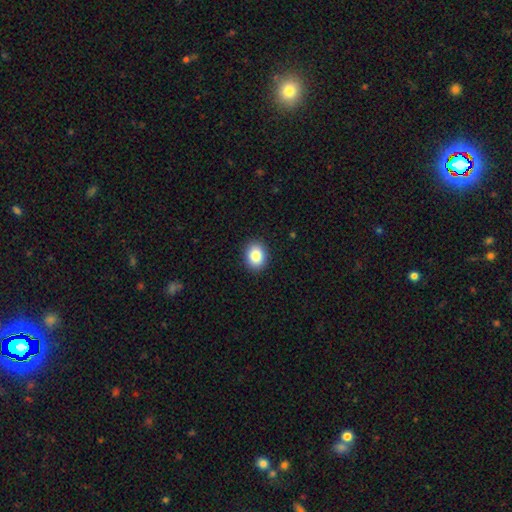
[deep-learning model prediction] smooth-or-featured: smooth: 85% | star or artifact: 9% | featured or disk: 6%
  how-rounded: round: 50% | in between: 49% | cigar-shaped: 1%
  merging: none: 91% | minor disturbance: 6% | major disturbance: 2% | merger: 1%